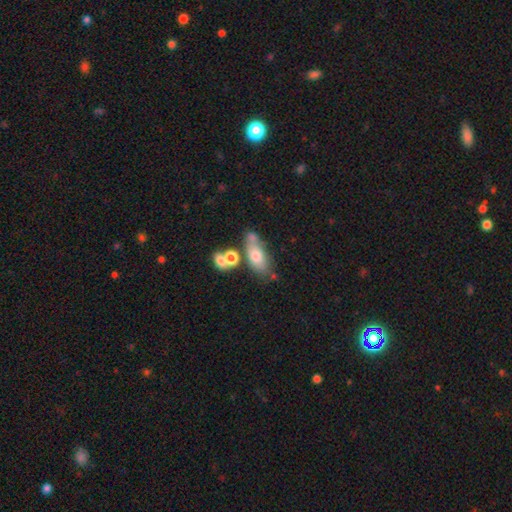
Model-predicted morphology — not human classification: type=smooth (66%); roundness=in between (77%); merging=none (45%).